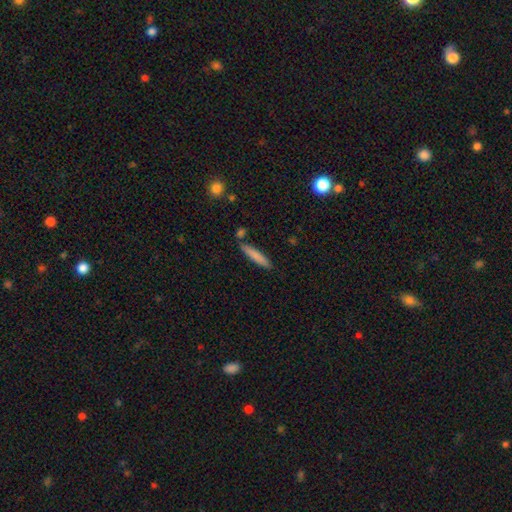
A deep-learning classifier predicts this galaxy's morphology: smooth-or-featured: smooth: 81% | featured or disk: 13% | star or artifact: 6%
  how-rounded: cigar-shaped: 90% | in between: 9% | round: 1%
  merging: none: 82% | minor disturbance: 10% | merger: 5% | major disturbance: 2%